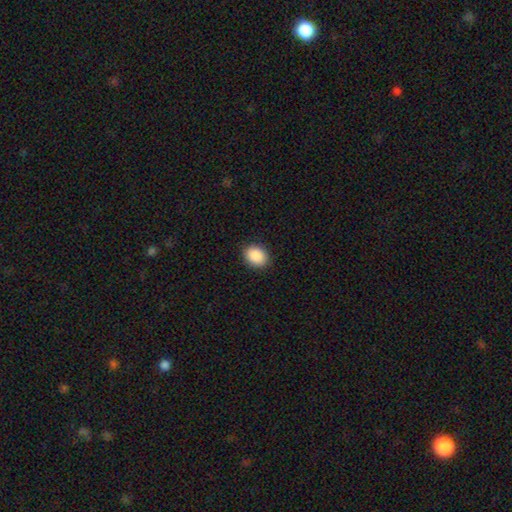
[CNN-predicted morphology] The model was most divided on "how rounded": in between: 57%, round: 42%, cigar-shaped: 1%. More confident: smooth or featured — smooth (90%); merging — none (89%).